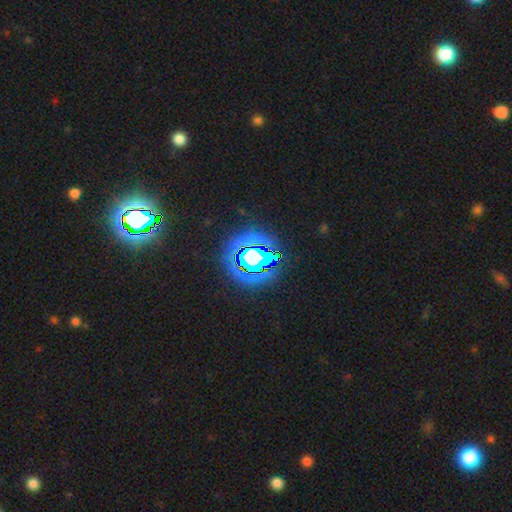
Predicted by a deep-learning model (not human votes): This is likely a star or artifact rather than a galaxy (70%).